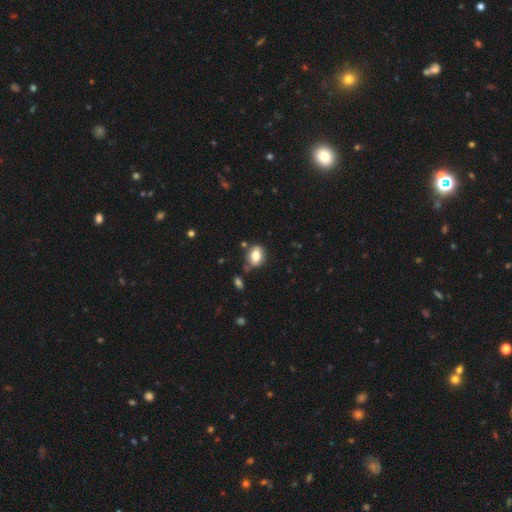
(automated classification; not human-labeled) smooth_or_featured: smooth (p=0.80) [alt: featured or disk p=0.12]
how_rounded: in between (p=0.72) [alt: round p=0.26]
merging: none (p=0.72) [alt: minor disturbance p=0.16]